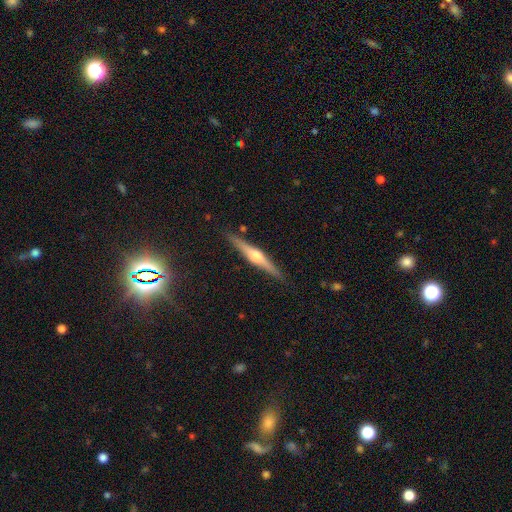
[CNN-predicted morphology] A featured or disk galaxy (75%) viewed edge-on (98%) with a rounded central bulge (91%). Merging: none (89%).